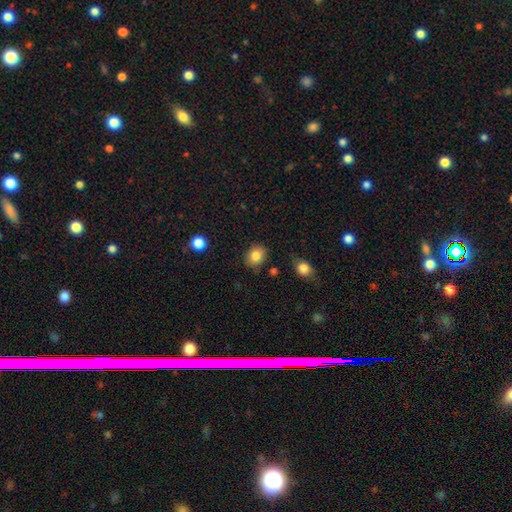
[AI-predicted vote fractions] smooth_or_featured: smooth (p=0.82) [alt: star or artifact p=0.10]
how_rounded: round (p=0.63) [alt: in between p=0.36]
merging: none (p=0.82) [alt: minor disturbance p=0.12]